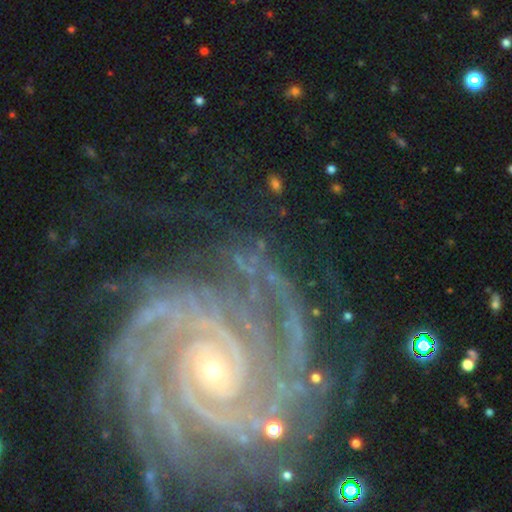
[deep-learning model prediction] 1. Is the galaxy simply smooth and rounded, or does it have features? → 74% featured or disk, 16% star or artifact, 11% smooth.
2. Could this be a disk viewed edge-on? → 95% no, 5% yes.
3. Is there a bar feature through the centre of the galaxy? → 48% no, 26% weak, 26% strong.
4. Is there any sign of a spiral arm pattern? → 93% yes, 7% no.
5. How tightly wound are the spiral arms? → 70% tight, 23% medium, 7% loose.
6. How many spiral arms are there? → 23% can't tell, 21% 2, 18% 3, 13% 4, 13% more than 4, 12% 1.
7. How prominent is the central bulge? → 64% small, 25% moderate, 4% none, 4% large, 2% dominant.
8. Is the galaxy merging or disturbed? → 71% none, 14% minor disturbance, 11% major disturbance, 3% merger.